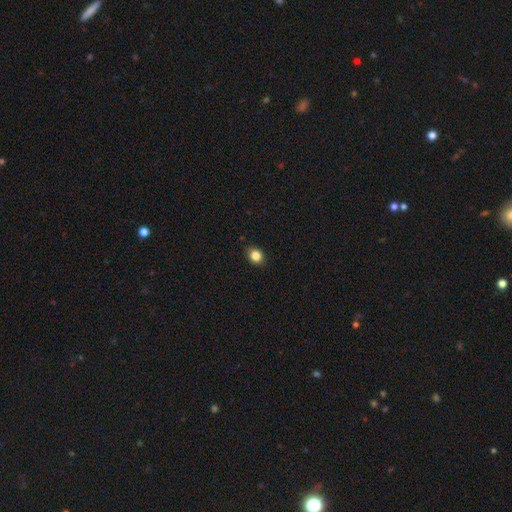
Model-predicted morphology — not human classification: Overall: smooth (84%). How rounded: round (59%; in between 40%). Merging: none (89%).